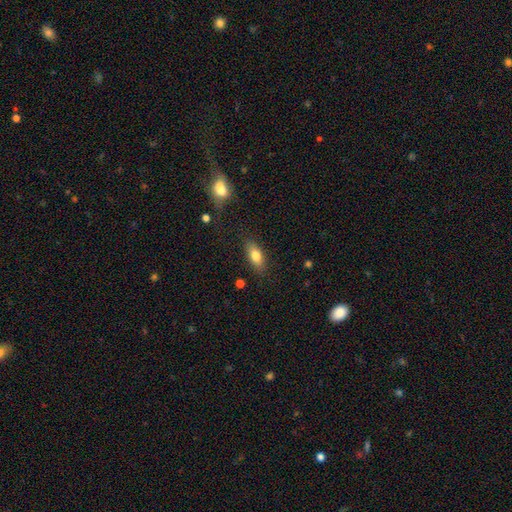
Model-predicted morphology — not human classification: Overall: smooth (79%). How rounded: in between (82%). Merging: none (84%).